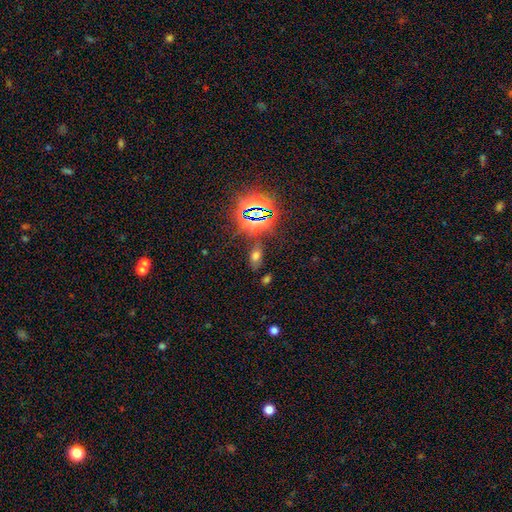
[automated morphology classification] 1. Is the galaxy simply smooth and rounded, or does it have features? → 52% smooth, 37% star or artifact, 10% featured or disk.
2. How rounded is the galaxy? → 87% in between, 9% round, 4% cigar-shaped.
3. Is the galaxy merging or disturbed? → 77% none, 13% minor disturbance, 5% merger, 5% major disturbance.